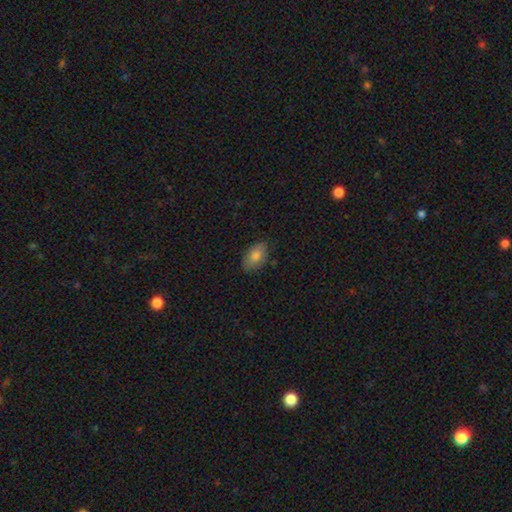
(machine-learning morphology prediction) smooth-or-featured: smooth: 81% | featured or disk: 11% | star or artifact: 8%
  how-rounded: in between: 91% | round: 7% | cigar-shaped: 2%
  merging: none: 81% | minor disturbance: 15% | major disturbance: 2% | merger: 1%